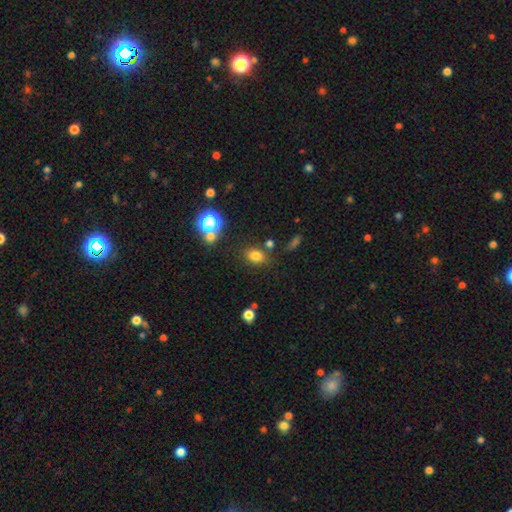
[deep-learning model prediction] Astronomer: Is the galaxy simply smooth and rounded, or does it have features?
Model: smooth — 77%.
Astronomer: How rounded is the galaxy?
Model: in between — 65%.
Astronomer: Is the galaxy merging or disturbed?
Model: none — 78%.